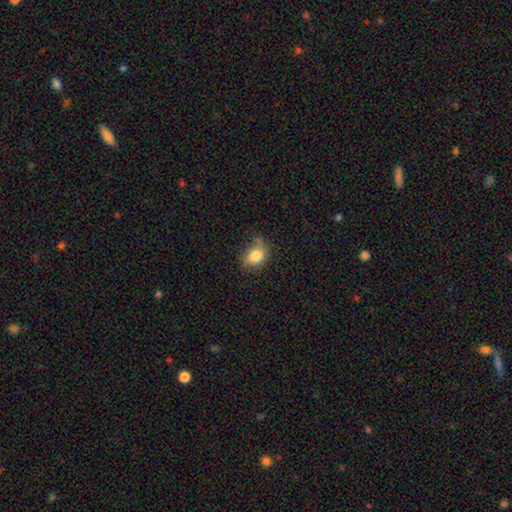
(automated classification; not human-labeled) The model was most divided on "merging": none: 59%, minor disturbance: 29%, major disturbance: 8%, merger: 4%. More confident: smooth or featured — smooth (82%); how rounded — in between (64%).